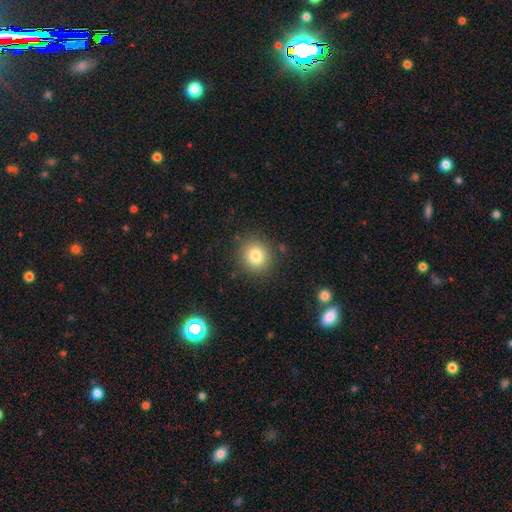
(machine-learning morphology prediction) smooth_or_featured: smooth (p=0.80) [alt: star or artifact p=0.11]
how_rounded: round (p=0.87) [alt: in between p=0.12]
merging: none (p=0.87) [alt: minor disturbance p=0.08]